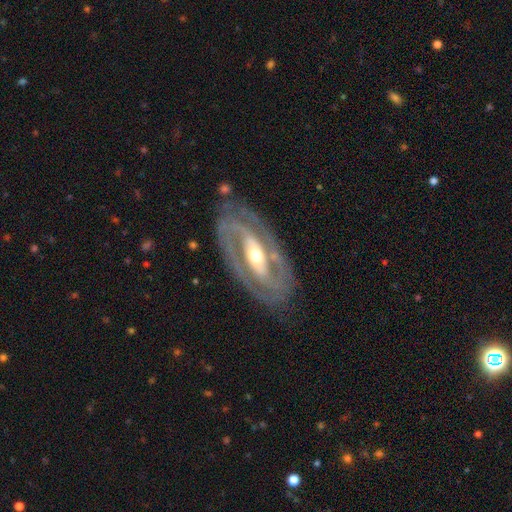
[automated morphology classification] This appears to be a featured or disk galaxy (88%) with a strong bar (49%), 2 (83%) tight (56%) spiral arms (90%) and a moderate central bulge (60%). Merging: none (81%).